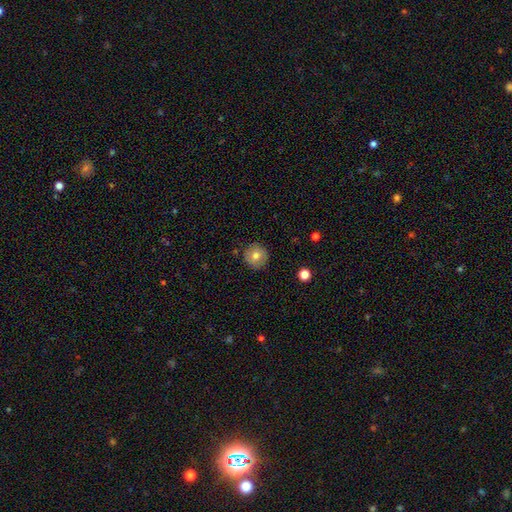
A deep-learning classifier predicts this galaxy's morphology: Smooth or featured: smooth — 72% (featured or disk — 19%)
How rounded: round — 94% (in between — 5%)
Merging: none — 88% (minor disturbance — 9%)